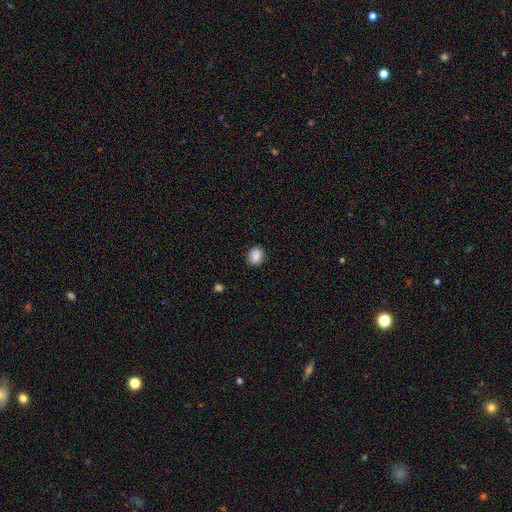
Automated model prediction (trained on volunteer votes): smooth 87%, star or artifact 9%, featured or disk 4%. Down the decision tree: how rounded — round (54%); merging — none (88%).